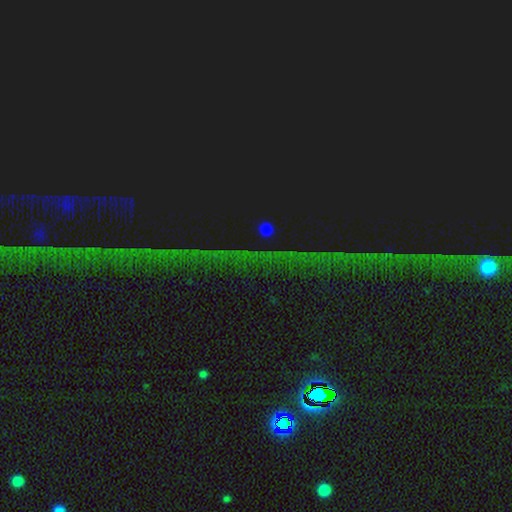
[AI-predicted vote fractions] Q: Smooth or featured?
A: star or artifact (86%); runner-up: featured or disk (8%)